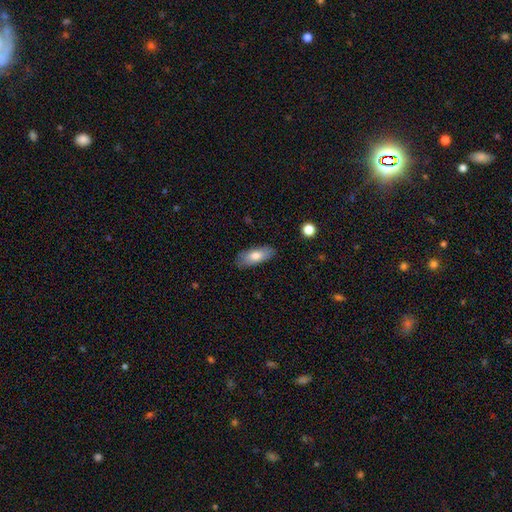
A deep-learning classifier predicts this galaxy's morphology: This appears to be a smooth galaxy with no disk features (76%) that is in between round and cigar-shaped (78%). Merging: none (83%).